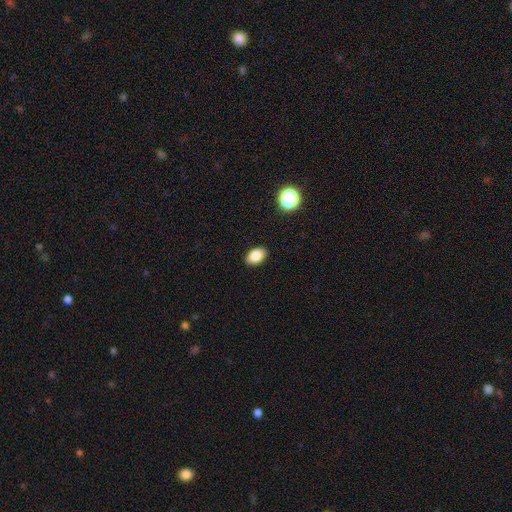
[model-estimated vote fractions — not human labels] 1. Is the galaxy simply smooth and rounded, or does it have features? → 86% smooth, 9% star or artifact, 5% featured or disk.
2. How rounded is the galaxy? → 88% in between, 11% round, 1% cigar-shaped.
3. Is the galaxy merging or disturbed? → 89% none, 8% minor disturbance, 2% major disturbance, 1% merger.